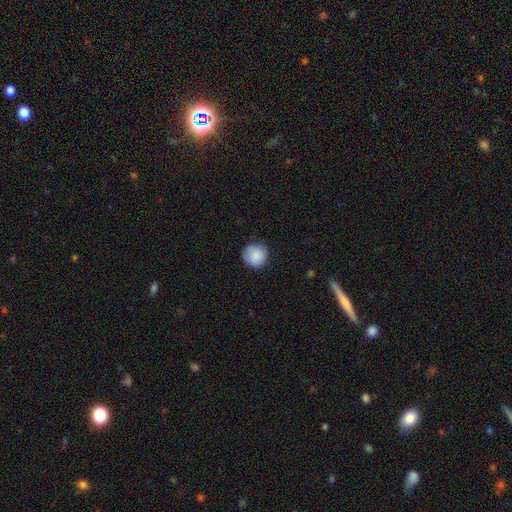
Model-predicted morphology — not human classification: smooth_or_featured: smooth (p=0.85) [alt: featured or disk p=0.07]
how_rounded: round (p=0.92) [alt: in between p=0.07]
merging: none (p=0.80) [alt: minor disturbance p=0.16]